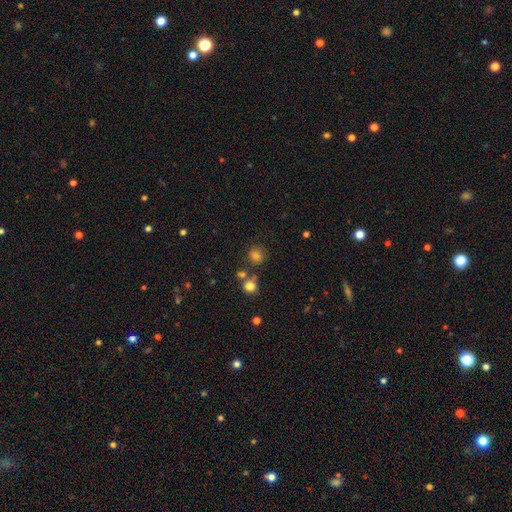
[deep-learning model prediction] Smooth or featured: smooth — 78% (star or artifact — 15%)
How rounded: round — 82% (in between — 17%)
Merging: none — 75% (minor disturbance — 12%)